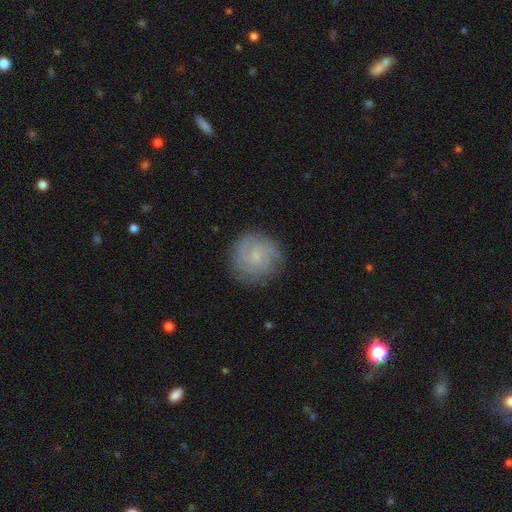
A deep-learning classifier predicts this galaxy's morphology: Smooth or featured: featured or disk — 72% (smooth — 21%)
Edge-on disk: no — 98% (yes — 2%)
Bar: no — 59% (weak — 36%)
Spiral arms: yes — 95% (no — 5%)
Spiral winding: tight — 64% (medium — 30%)
Spiral arm count: 2 — 32% (can't tell — 27%)
Bulge size: small — 62% (moderate — 19%)
Merging: none — 81% (minor disturbance — 14%)